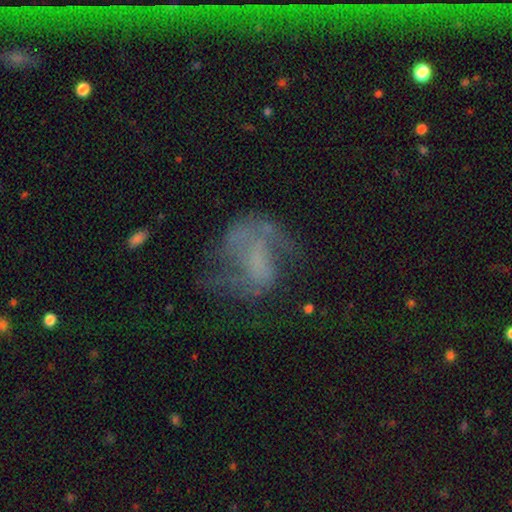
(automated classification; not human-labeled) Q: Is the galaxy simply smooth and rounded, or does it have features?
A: featured or disk — 58%.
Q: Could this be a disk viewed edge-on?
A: no — 97%.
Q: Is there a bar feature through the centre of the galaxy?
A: no — 63%.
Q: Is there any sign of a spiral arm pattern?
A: yes — 63%.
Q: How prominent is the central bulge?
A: none — 68%.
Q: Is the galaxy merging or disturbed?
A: none — 44%.